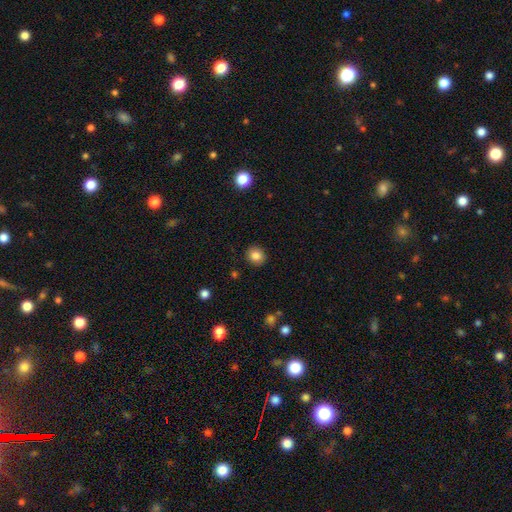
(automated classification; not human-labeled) smooth-or-featured: smooth: 83% | star or artifact: 10% | featured or disk: 7%
  how-rounded: round: 84% | in between: 15% | cigar-shaped: 1%
  merging: none: 91% | minor disturbance: 6% | major disturbance: 2% | merger: 1%